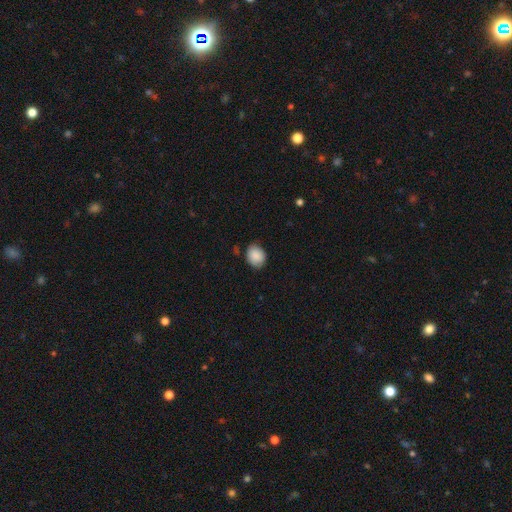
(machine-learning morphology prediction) Q: Smooth or featured?
A: smooth (88%); runner-up: star or artifact (7%)
Q: How rounded?
A: round (51%); runner-up: in between (48%)
Q: Merging?
A: none (77%); runner-up: minor disturbance (18%)